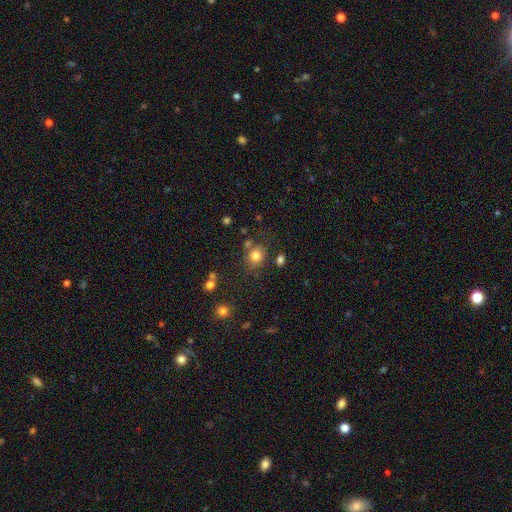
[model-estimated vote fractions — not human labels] Morphology: type=smooth (79%); roundness=round (74%); merging=none (73%).